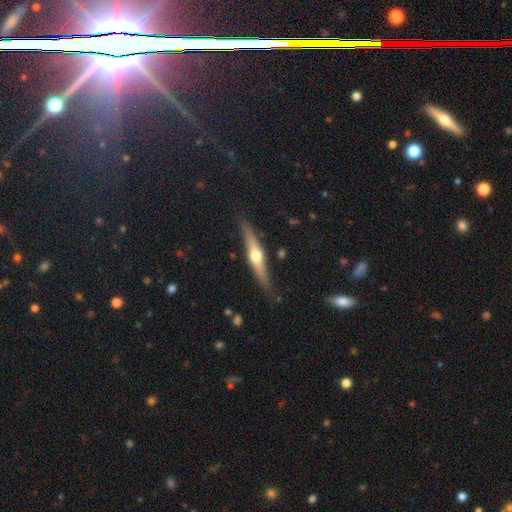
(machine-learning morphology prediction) A featured or disk galaxy (63%) viewed edge-on (95%) with a rounded central bulge (93%). Merging: none (84%).